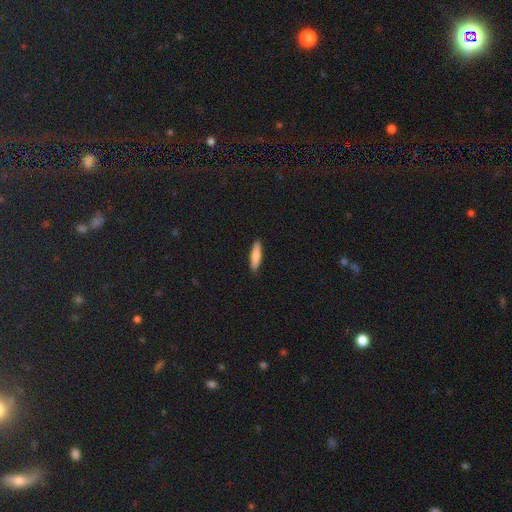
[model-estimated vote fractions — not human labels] Smooth or featured? smooth (78%)
How rounded? cigar-shaped (79%)
Merging? none (91%)